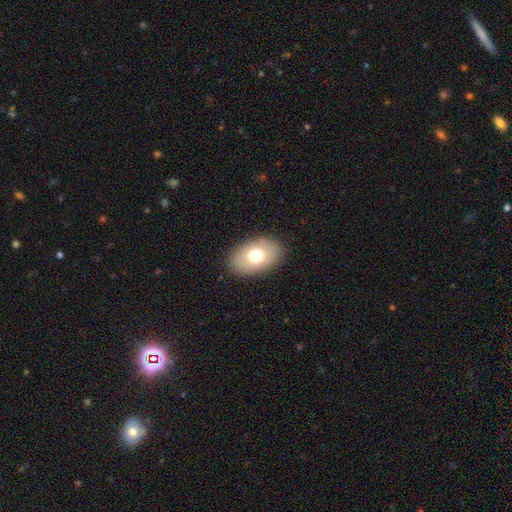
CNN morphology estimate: This is likely a smooth galaxy (73%). How rounded: clearly in between (89%). Merging: clearly none (88%).